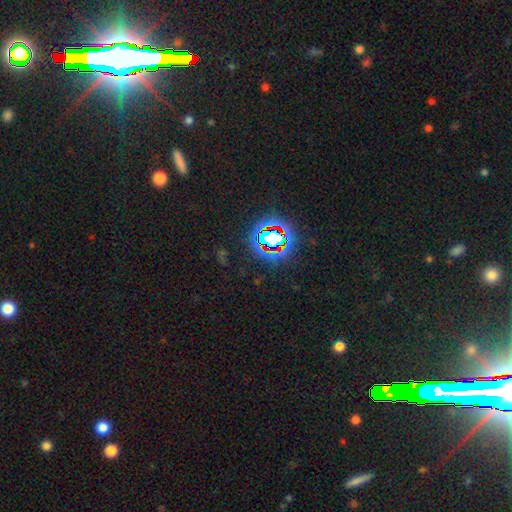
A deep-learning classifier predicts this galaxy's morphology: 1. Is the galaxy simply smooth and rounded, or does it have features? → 81% star or artifact, 10% smooth, 9% featured or disk.